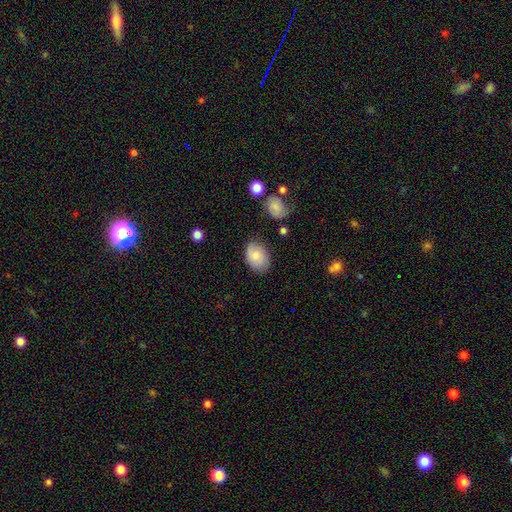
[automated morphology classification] type=smooth (79%); roundness=in between (82%); merging=none (73%).